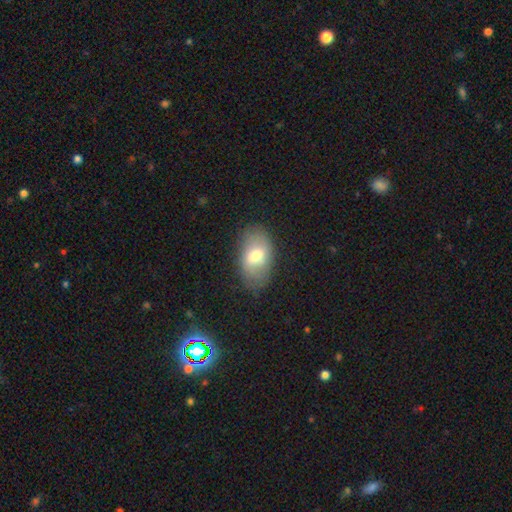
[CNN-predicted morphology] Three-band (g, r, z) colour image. It shows a smooth galaxy with no disk features (65%) that is in between round and cigar-shaped (89%). Merging: none (73%).